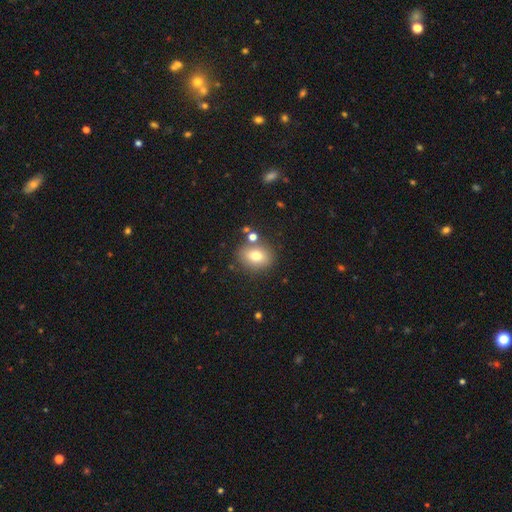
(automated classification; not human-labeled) This is likely a smooth galaxy (76%). How rounded: possibly in between (56%). Merging: likely none (78%).